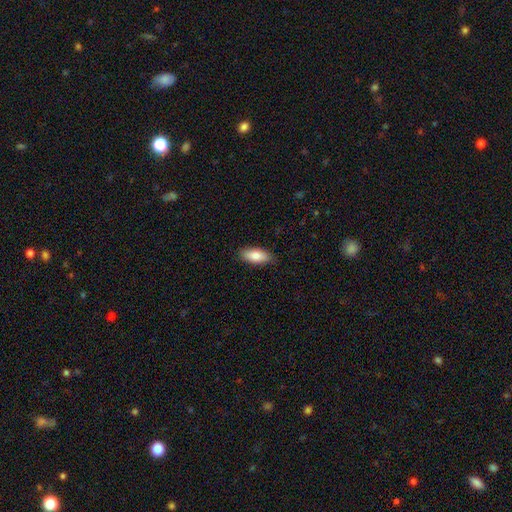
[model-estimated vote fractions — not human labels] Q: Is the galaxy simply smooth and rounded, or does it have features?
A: smooth — 84%.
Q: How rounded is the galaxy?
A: in between — 84%.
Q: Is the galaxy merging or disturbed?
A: none — 87%.